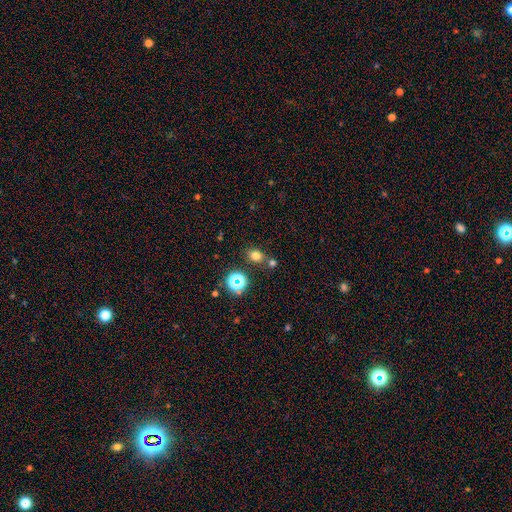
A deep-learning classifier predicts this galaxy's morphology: Q: Smooth or featured?
A: smooth (71%); runner-up: star or artifact (22%)
Q: How rounded?
A: round (55%); runner-up: in between (44%)
Q: Merging?
A: none (70%); runner-up: merger (15%)